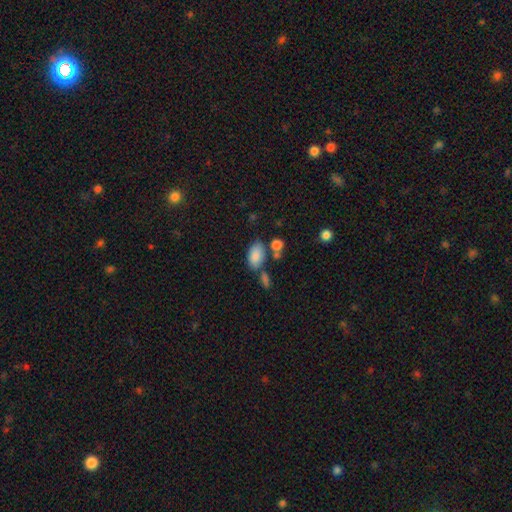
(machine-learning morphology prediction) Smooth or featured? smooth (84%)
How rounded? in between (92%)
Merging? none (62%)